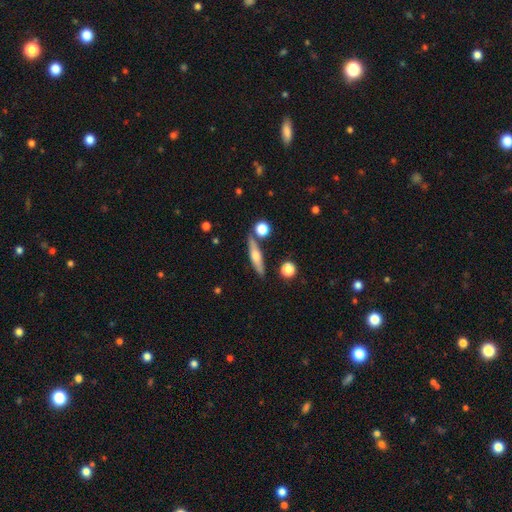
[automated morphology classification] Overall: featured or disk (51%; smooth 42%). Edge-on disk: yes (92%). Merging: none (81%).